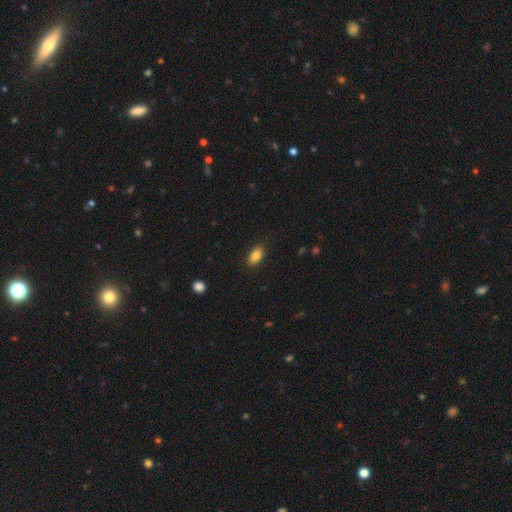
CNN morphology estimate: The model was most divided on "merging": none: 87%, minor disturbance: 10%, major disturbance: 3%, merger: 1%. More confident: how rounded — in between (89%); smooth or featured — smooth (86%).